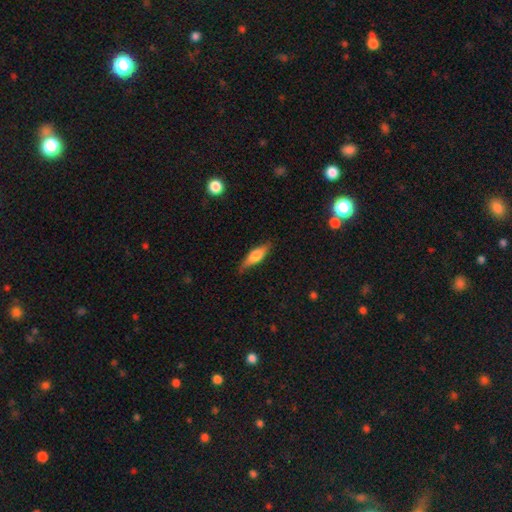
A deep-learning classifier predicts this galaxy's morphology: A smooth galaxy with no disk features (62%) that is cigar-shaped (54%).

Vote fractions:
- Smooth or featured? smooth: 62% / featured or disk: 32% / star or artifact: 6%
- How rounded? cigar-shaped: 54% / in between: 44% / round: 2%
- Merging? none: 80% / minor disturbance: 16% / major disturbance: 3% / merger: 1%